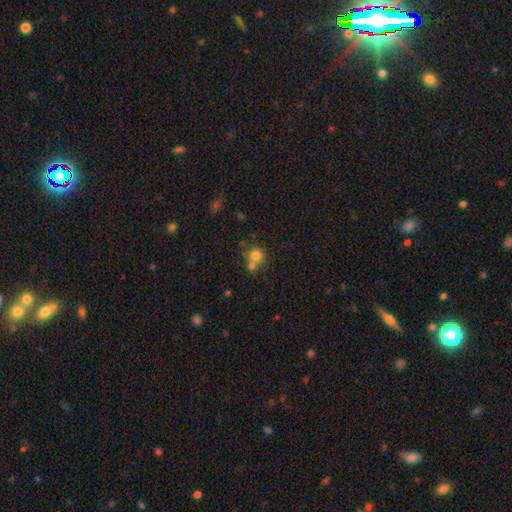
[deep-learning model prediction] Morphology: type=smooth (77%); roundness=round (87%); merging=none (48%).